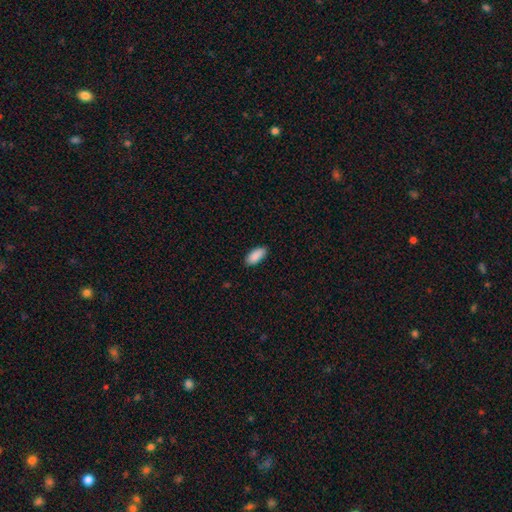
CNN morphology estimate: Smooth or featured? smooth (90%)
How rounded? in between (89%)
Merging? none (86%)